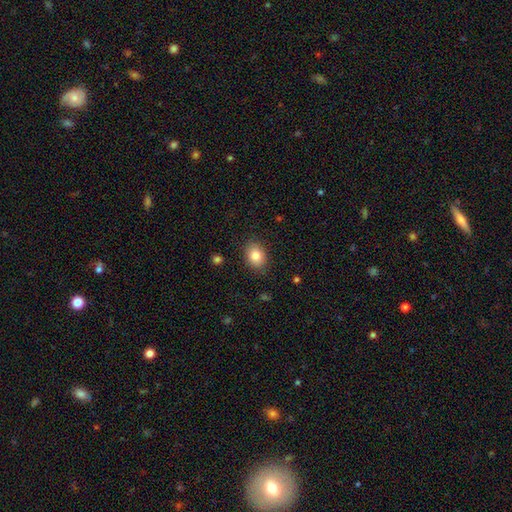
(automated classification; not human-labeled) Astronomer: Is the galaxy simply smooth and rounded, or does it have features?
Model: smooth — 83%.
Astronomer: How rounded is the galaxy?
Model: in between — 61% (runner-up: round, 38%).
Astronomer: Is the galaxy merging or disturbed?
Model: none — 86%.